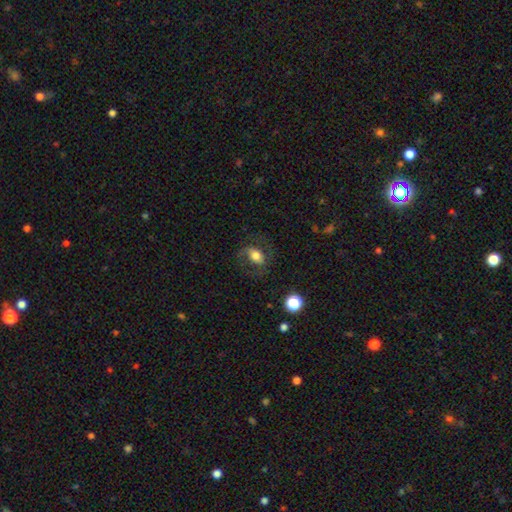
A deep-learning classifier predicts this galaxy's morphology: This is possibly a smooth galaxy (50%). Merging: likely none (66%).